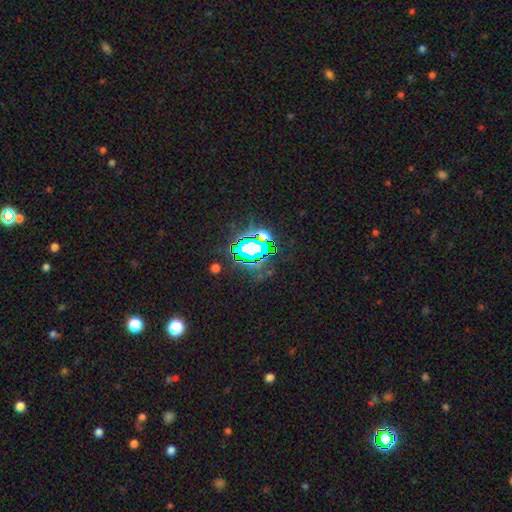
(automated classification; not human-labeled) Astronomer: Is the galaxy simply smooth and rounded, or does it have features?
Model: star or artifact — 73%.